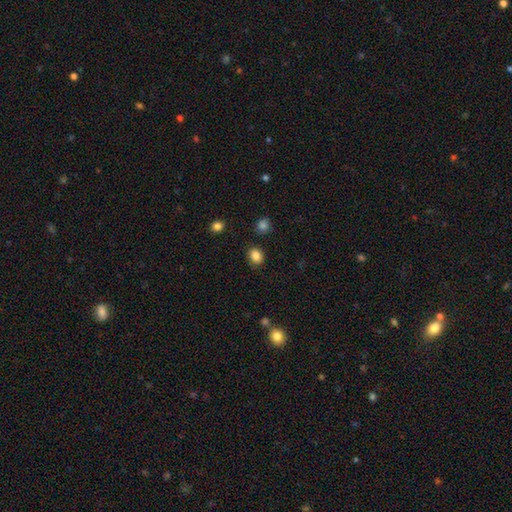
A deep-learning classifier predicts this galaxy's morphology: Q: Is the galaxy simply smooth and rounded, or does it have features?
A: smooth — 85%.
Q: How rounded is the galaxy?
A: round — 50%.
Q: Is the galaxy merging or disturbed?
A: none — 85%.